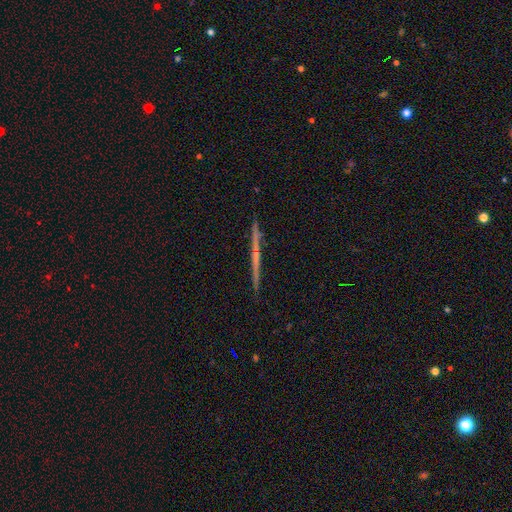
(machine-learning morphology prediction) A featured or disk galaxy (66%) viewed edge-on (98%) with no central bulge (75%).

Vote fractions:
- Smooth or featured? featured or disk: 66% / smooth: 27% / star or artifact: 7%
- Edge-on disk? yes: 98% / no: 2%
- Edge-on bulge? none: 75% / rounded: 20% / boxy: 5%
- Merging? none: 91% / minor disturbance: 6% / merger: 1% / major disturbance: 1%